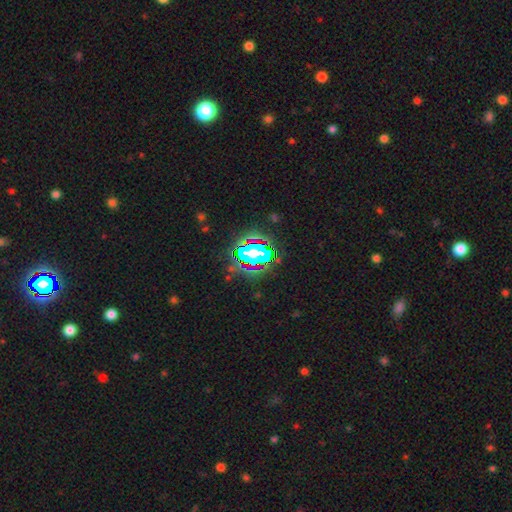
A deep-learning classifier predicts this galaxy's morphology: Smooth or featured?
  - star or artifact: 57% *
  - smooth: 24%
  - featured or disk: 19%